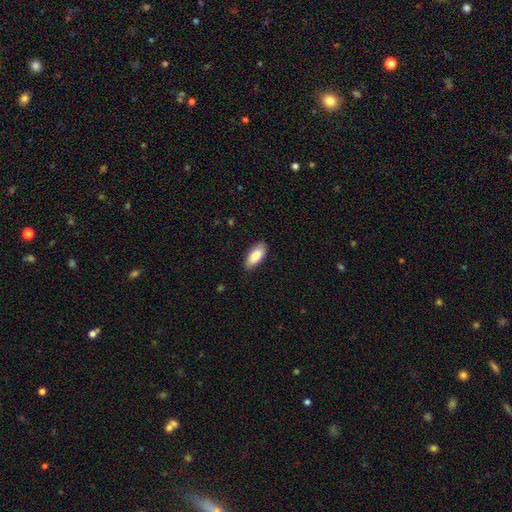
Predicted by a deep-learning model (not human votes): smooth-or-featured: smooth: 86% | featured or disk: 8% | star or artifact: 6%
  how-rounded: in between: 87% | cigar-shaped: 12% | round: 2%
  merging: none: 85% | minor disturbance: 12% | major disturbance: 2% | merger: 1%